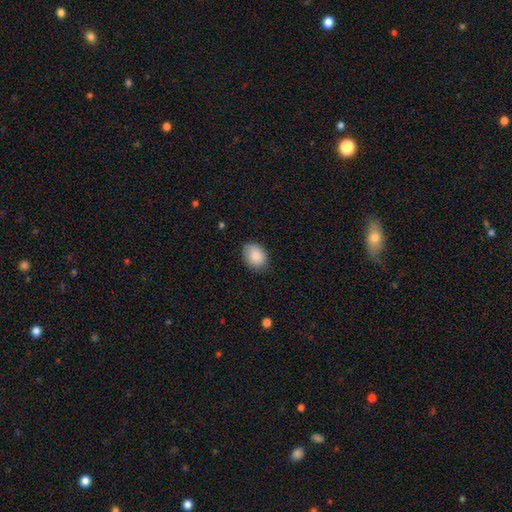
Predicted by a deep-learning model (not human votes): Smooth or featured?
  - smooth: 87% *
  - star or artifact: 7%
  - featured or disk: 6%
How rounded?
  - in between: 64% *
  - round: 35%
  - cigar-shaped: 1%
Merging?
  - none: 80% *
  - minor disturbance: 16%
  - major disturbance: 3%
  - merger: 1%